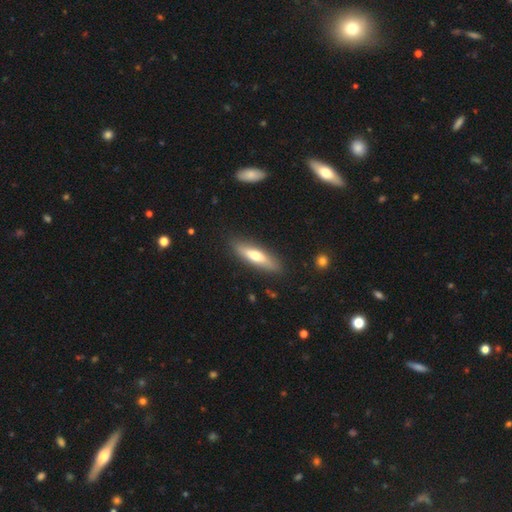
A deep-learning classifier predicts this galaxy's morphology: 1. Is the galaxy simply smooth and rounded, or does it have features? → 56% smooth, 39% featured or disk, 5% star or artifact.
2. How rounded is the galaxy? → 72% cigar-shaped, 26% in between, 2% round.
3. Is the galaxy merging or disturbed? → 86% none, 10% minor disturbance, 2% major disturbance, 1% merger.